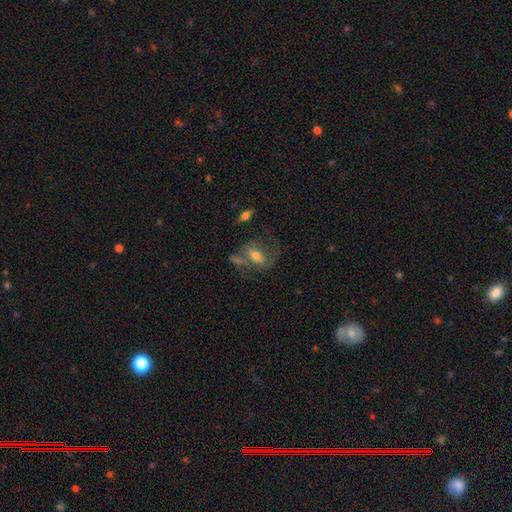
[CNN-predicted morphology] Smooth or featured? featured or disk (48%)
Merging? none (45%)